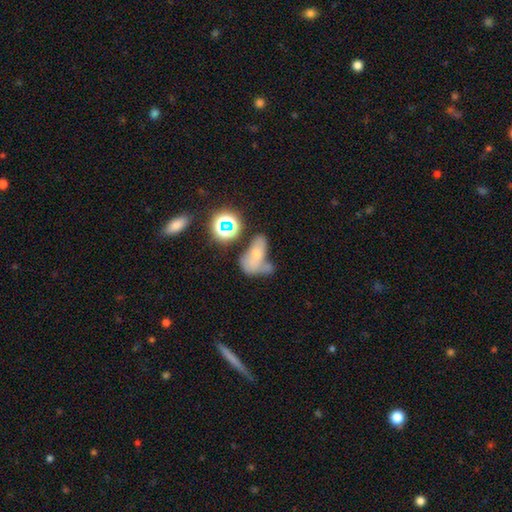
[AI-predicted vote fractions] Smooth or featured? Predicted: smooth (p=0.53). How rounded? Predicted: in between (p=0.84). Merging? Predicted: merger (p=0.39).